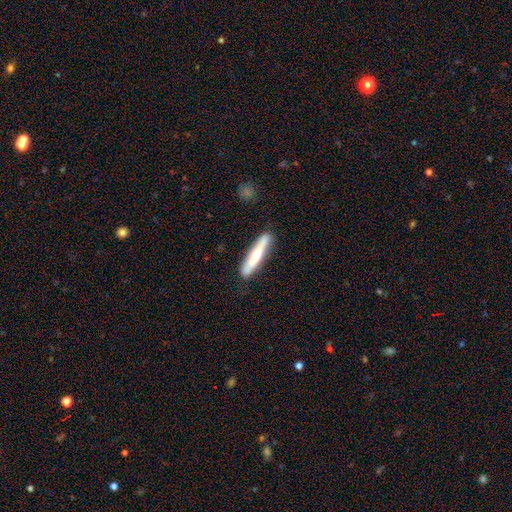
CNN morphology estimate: Smooth or featured?
  - smooth: 57% *
  - featured or disk: 38%
  - star or artifact: 5%
How rounded?
  - cigar-shaped: 92% *
  - in between: 7%
  - round: 1%
Merging?
  - none: 85% *
  - minor disturbance: 11%
  - major disturbance: 2%
  - merger: 2%